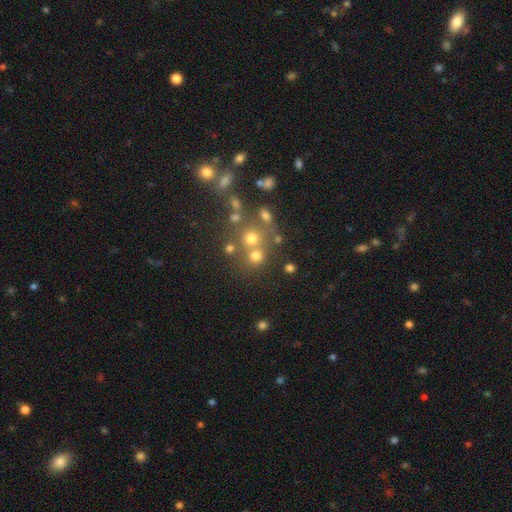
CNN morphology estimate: Smooth or featured?
  - smooth: 68% *
  - star or artifact: 20%
  - featured or disk: 12%
How rounded?
  - round: 85% *
  - in between: 14%
  - cigar-shaped: 1%
Merging?
  - none: 57% *
  - merger: 30%
  - minor disturbance: 9%
  - major disturbance: 5%